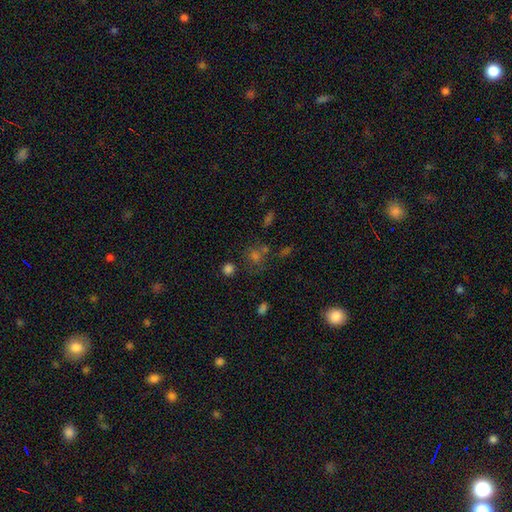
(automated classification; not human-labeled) smooth 46%, star or artifact 41%, featured or disk 13%. Down the decision tree: merging — none (64%).